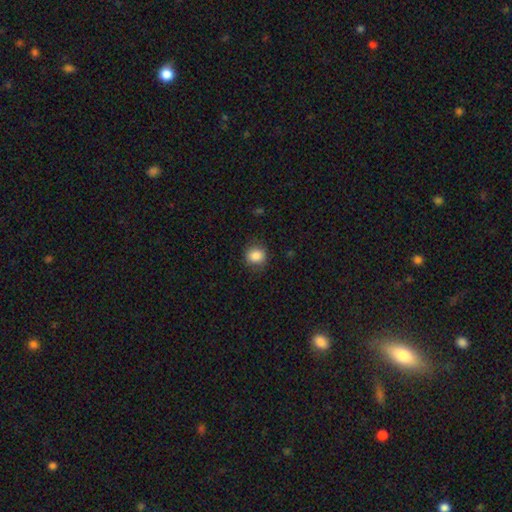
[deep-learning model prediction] Q: Smooth or featured?
A: smooth (86%); runner-up: star or artifact (9%)
Q: How rounded?
A: round (79%); runner-up: in between (20%)
Q: Merging?
A: none (83%); runner-up: minor disturbance (12%)